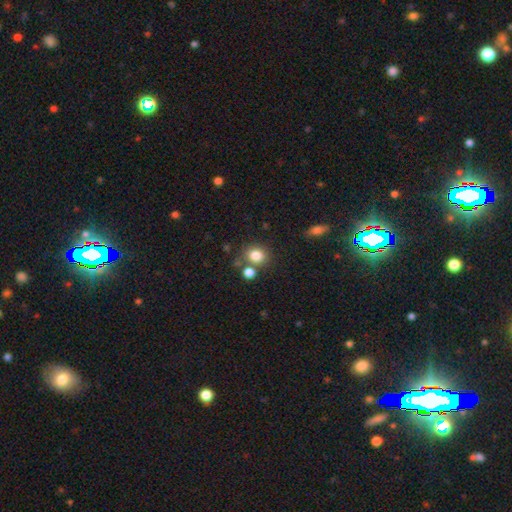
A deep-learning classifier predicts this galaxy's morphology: This appears to be a smooth galaxy with no disk features (82%) that is round (74%). Merging: none (69%).